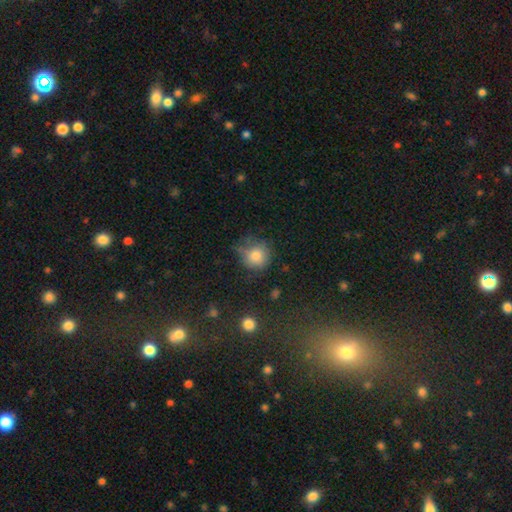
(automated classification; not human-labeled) Morphology: type=smooth (79%); roundness=round (88%); merging=none (57%).